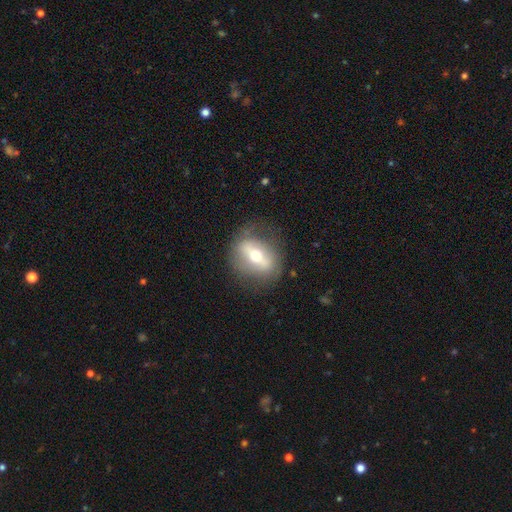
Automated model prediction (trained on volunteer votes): A featured or disk galaxy (59%).

Vote fractions:
- Smooth or featured? featured or disk: 59% / smooth: 33% / star or artifact: 8%
- Edge-on disk? no: 71% / yes: 29%
- Merging? none: 73% / minor disturbance: 17% / major disturbance: 9% / merger: 2%